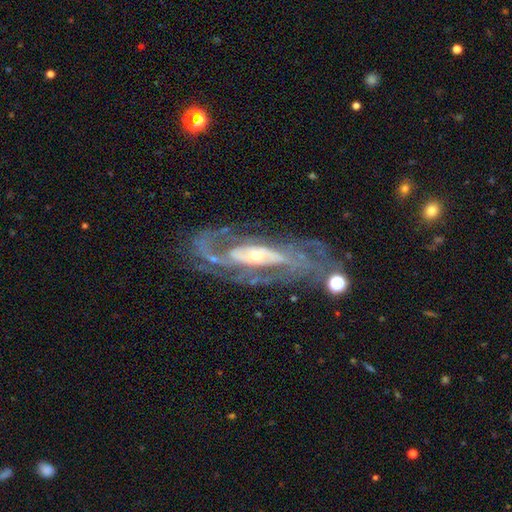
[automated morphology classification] Overall: featured or disk (89%). Edge-on disk: no (90%). Bar: no (43%; weak 30%). Spiral arms: yes (94%). Spiral arm count: 2 (50%; can't tell 21%). Spiral winding: tight (46%; medium 41%). Bulge size: small (61%; moderate 33%). Merging: none (69%).